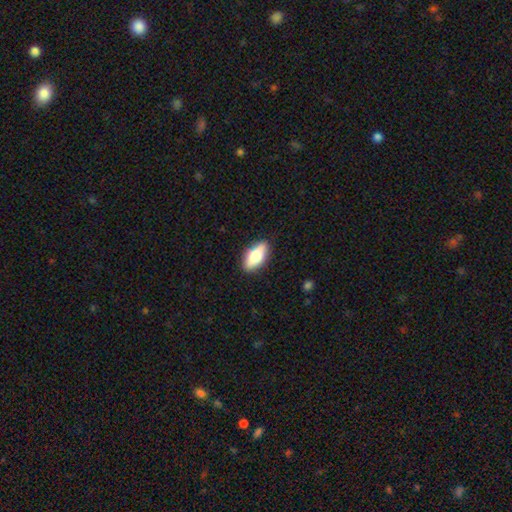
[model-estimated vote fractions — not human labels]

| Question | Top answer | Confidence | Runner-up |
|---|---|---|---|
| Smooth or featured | smooth | 69% | featured or disk (25%) |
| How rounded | in between | 82% | cigar-shaped (15%) |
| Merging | none | 88% | minor disturbance (9%) |